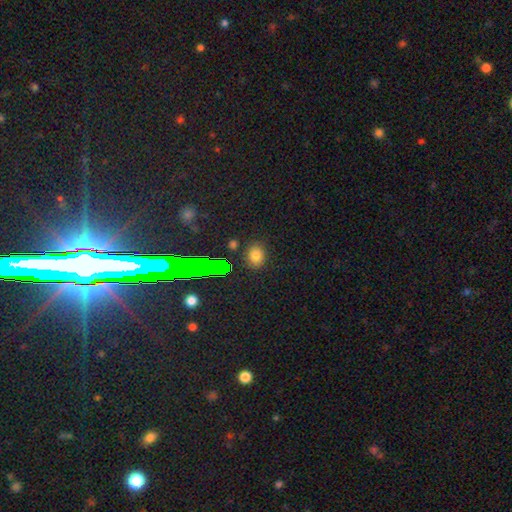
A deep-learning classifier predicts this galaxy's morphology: Smooth or featured: smooth — 75% (star or artifact — 19%)
How rounded: round — 49% (tied with in between — 49%)
Merging: none — 85% (minor disturbance — 9%)